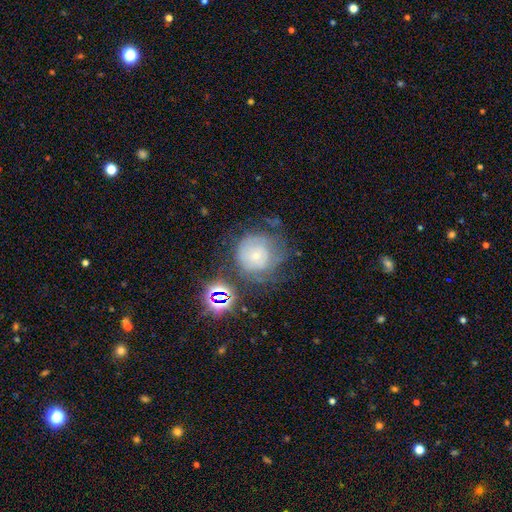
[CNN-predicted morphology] Smooth or featured: featured or disk — 43% (smooth — 40%)
Merging: none — 48% (minor disturbance — 25%)